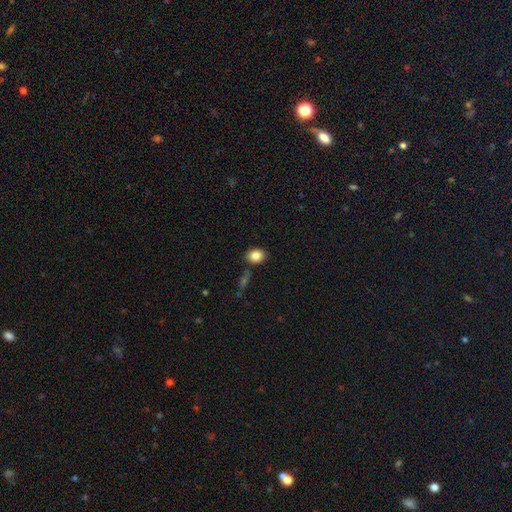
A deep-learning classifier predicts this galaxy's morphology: A smooth galaxy with no disk features (84%) that is in between round and cigar-shaped (59%). Merging: none (80%).